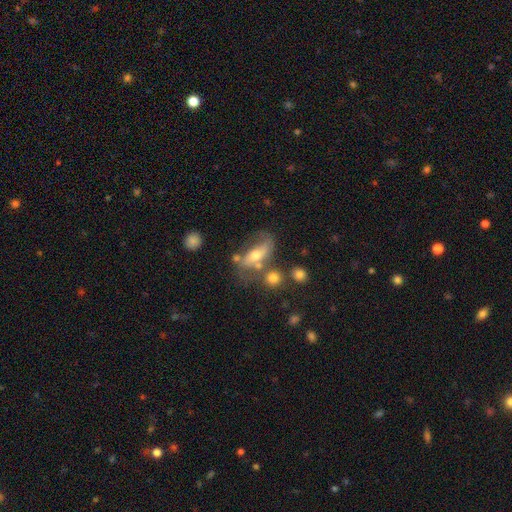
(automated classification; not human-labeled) The model was most divided on "smooth or featured": featured or disk: 51%, smooth: 40%, star or artifact: 9%. Remaining: edge-on disk — no (80%); merging — none (40%).